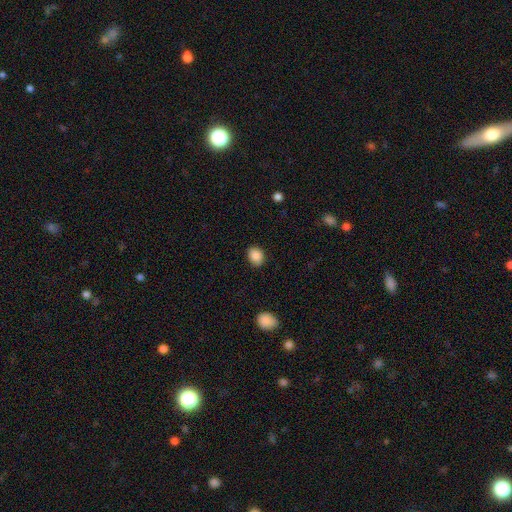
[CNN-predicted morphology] This is clearly a smooth galaxy (88%). How rounded: possibly in between (55%). Merging: clearly none (86%).